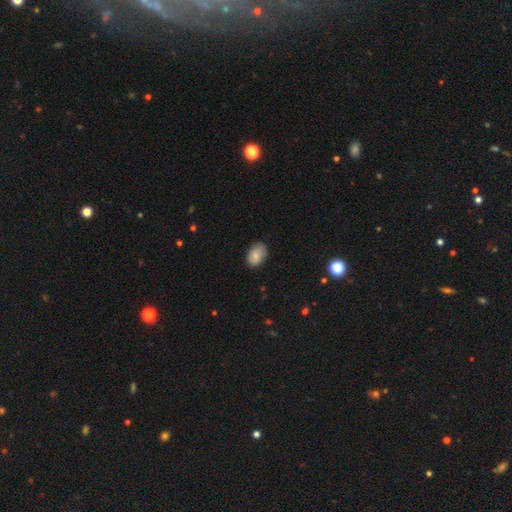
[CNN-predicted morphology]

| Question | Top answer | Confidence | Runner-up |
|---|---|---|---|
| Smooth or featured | smooth | 80% | featured or disk (12%) |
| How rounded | in between | 84% | round (15%) |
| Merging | none | 79% | minor disturbance (16%) |